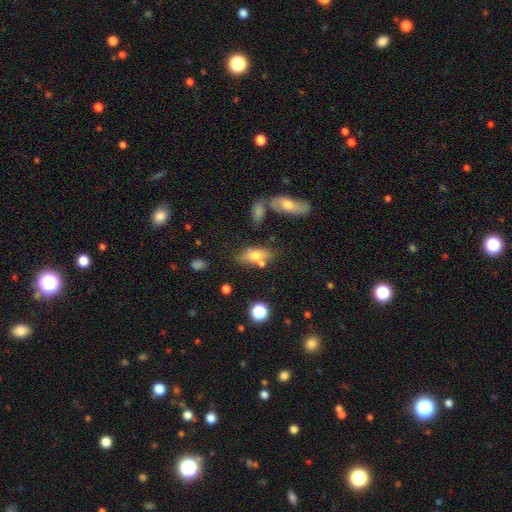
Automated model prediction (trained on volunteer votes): Smooth or featured? smooth (60%)
How rounded? in between (78%)
Merging? none (49%)